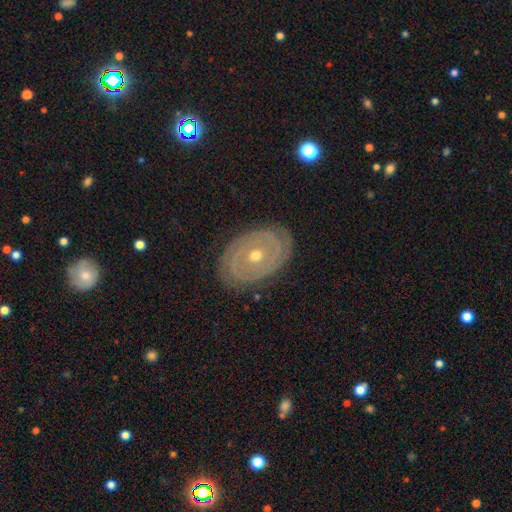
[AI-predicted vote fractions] Smooth or featured? featured or disk (85%)
Edge-on disk? no (95%)
Bar? no (79%)
Spiral arms? yes (88%)
Spiral winding? tight (84%)
Spiral arm count? 2 (52%)
Bulge size? moderate (50%)
Merging? none (84%)